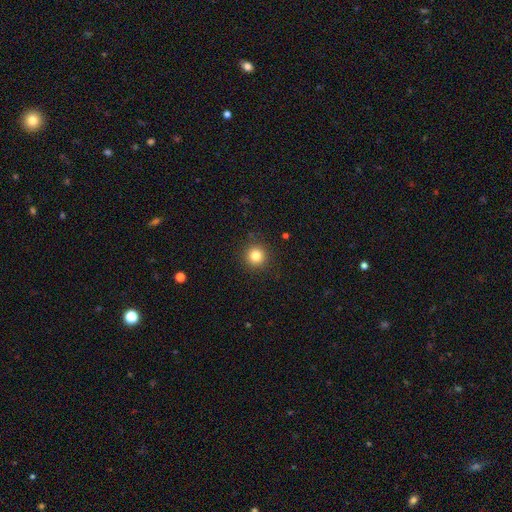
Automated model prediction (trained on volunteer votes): Overall: smooth (82%). How rounded: round (95%). Merging: none (91%).